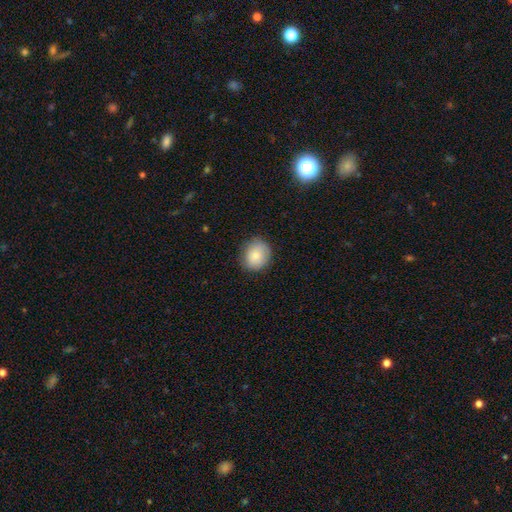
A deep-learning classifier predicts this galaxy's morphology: smooth 83%, featured or disk 9%, star or artifact 7%. Down the decision tree: how rounded — round (69%); merging — none (82%).